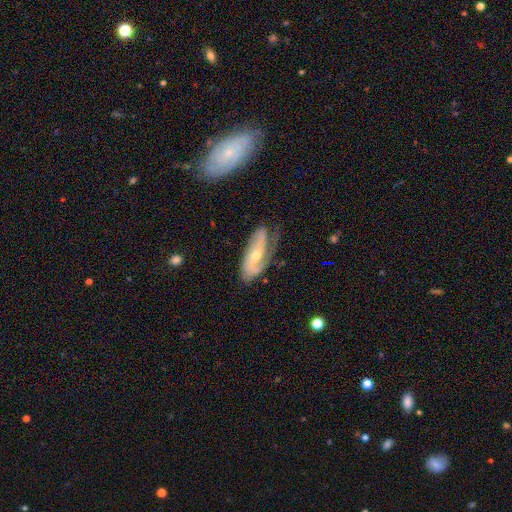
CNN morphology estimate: featured or disk 73%, smooth 20%, star or artifact 7%. Down the decision tree: edge-on disk — no (87%); bar — no (59%); spiral arms — yes (89%); spiral arm count — 2 (64%); spiral winding — medium (37%); bulge size — small (55%); merging — none (54%).